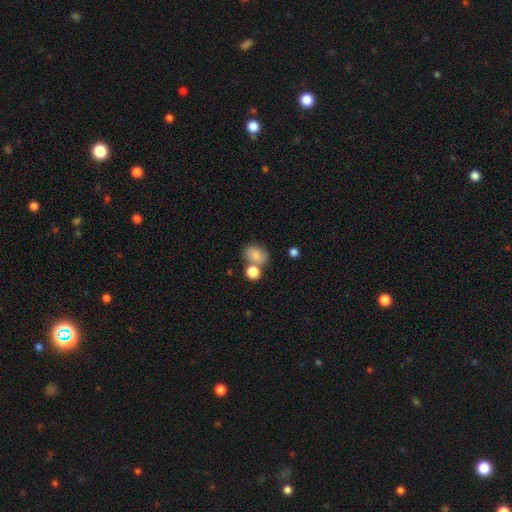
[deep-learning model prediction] A smooth galaxy with no disk features (75%) that is in between round and cigar-shaped (51%).

Vote fractions:
- Smooth or featured? smooth: 75% / featured or disk: 15% / star or artifact: 10%
- How rounded? in between: 51% / round: 48% / cigar-shaped: 1%
- Merging? none: 48% / merger: 31% / minor disturbance: 15% / major disturbance: 6%